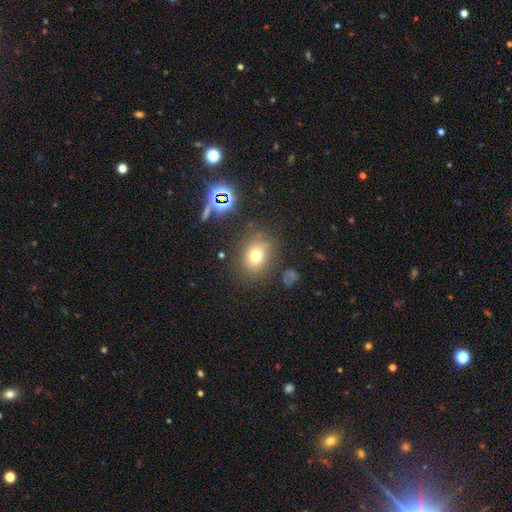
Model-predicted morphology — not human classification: smooth_or_featured: smooth (p=0.72) [alt: star or artifact p=0.17]
how_rounded: round (p=0.50) [alt: in between p=0.49]
merging: none (p=0.79) [alt: minor disturbance p=0.13]